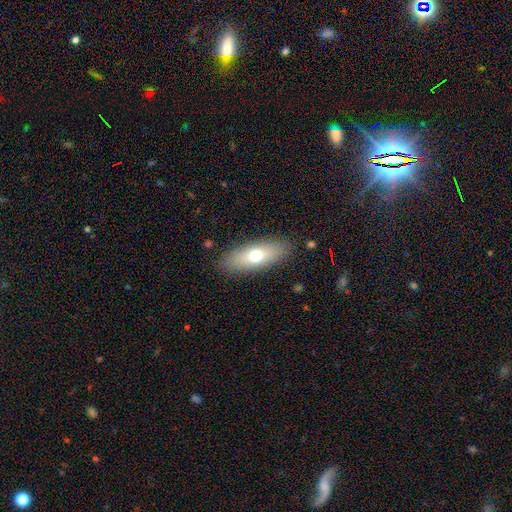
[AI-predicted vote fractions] smooth 65%, featured or disk 27%, star or artifact 8%. Down the decision tree: how rounded — in between (67%); merging — none (86%).